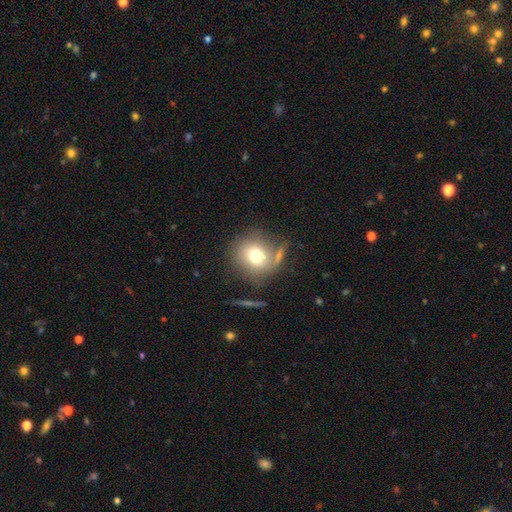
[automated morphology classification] smooth-or-featured: smooth: 73% | featured or disk: 16% | star or artifact: 11%
  how-rounded: round: 84% | in between: 15% | cigar-shaped: 1%
  merging: none: 65% | minor disturbance: 15% | merger: 11% | major disturbance: 8%